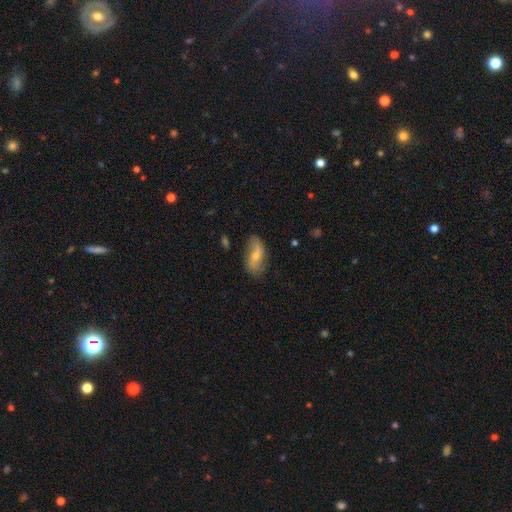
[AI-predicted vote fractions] Smooth or featured? Predicted: featured or disk (p=0.62). Edge-on disk? Predicted: no (p=0.91). Bar? Predicted: no (p=0.49). Spiral arms? Predicted: yes (p=0.83). Bulge size? Predicted: small (p=0.50). Merging? Predicted: none (p=0.75).